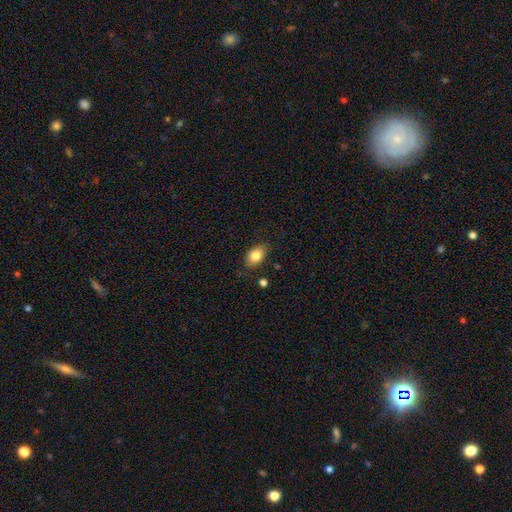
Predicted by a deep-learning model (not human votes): Morphology: type=smooth (83%); roundness=in between (85%); merging=none (79%).